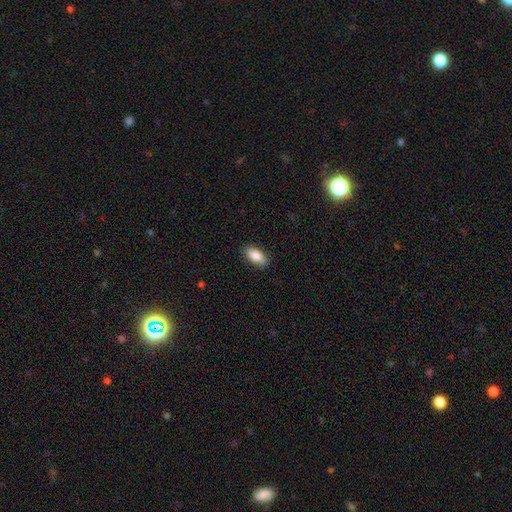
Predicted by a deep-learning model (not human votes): This appears to be a smooth galaxy with no disk features (85%) that is in between round and cigar-shaped (90%). Merging: none (88%).